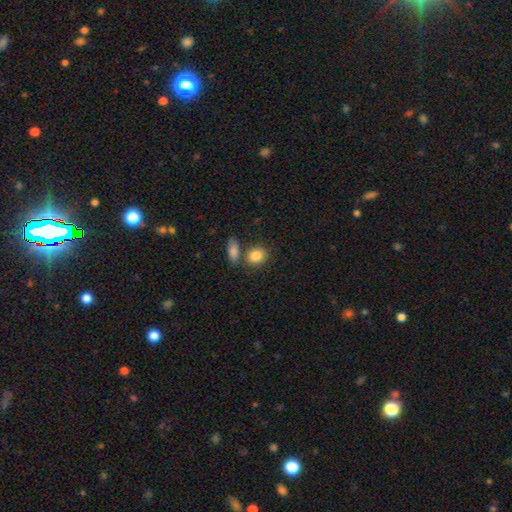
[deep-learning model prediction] Overall: smooth (85%). How rounded: in between (53%; round 45%). Merging: none (64%).